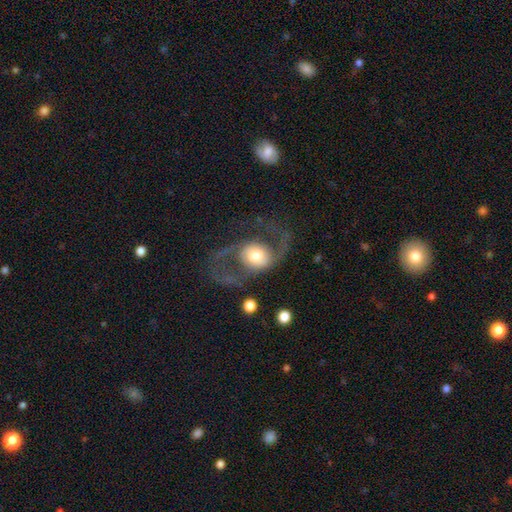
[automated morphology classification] A featured or disk galaxy (66%) with no bar (69%), spiral arms (72%) and a moderate central bulge (47%). Merging: none (51%).